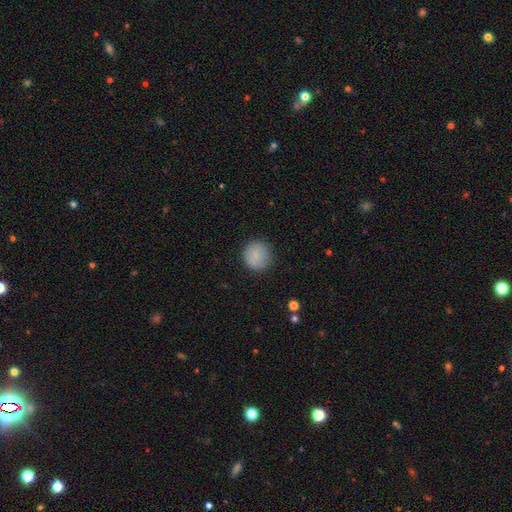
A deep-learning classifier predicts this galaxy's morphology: A smooth galaxy with no disk features (85%) that is round (92%). Merging: none (87%).